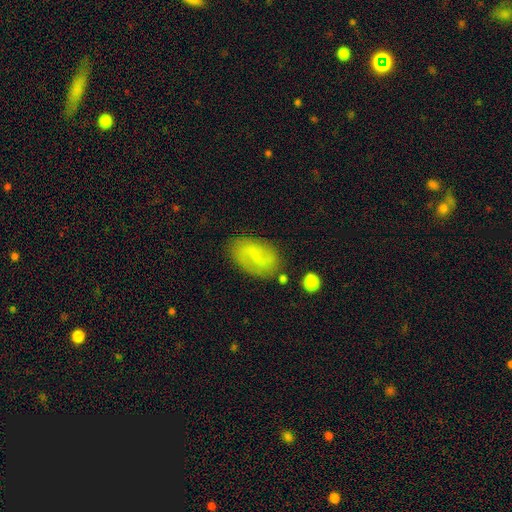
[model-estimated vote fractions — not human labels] Morphology: type=featured or disk (52%); edge-on=no (96%); merging=none (75%).